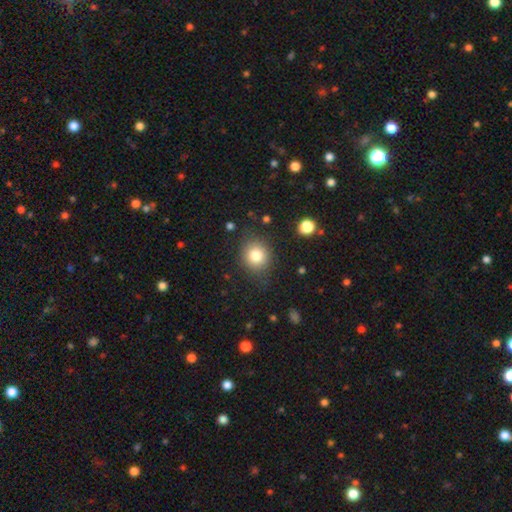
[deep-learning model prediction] Smooth or featured?
  - smooth: 81% *
  - star or artifact: 11%
  - featured or disk: 8%
How rounded?
  - round: 78% *
  - in between: 21%
  - cigar-shaped: 1%
Merging?
  - none: 81% *
  - minor disturbance: 13%
  - major disturbance: 4%
  - merger: 2%